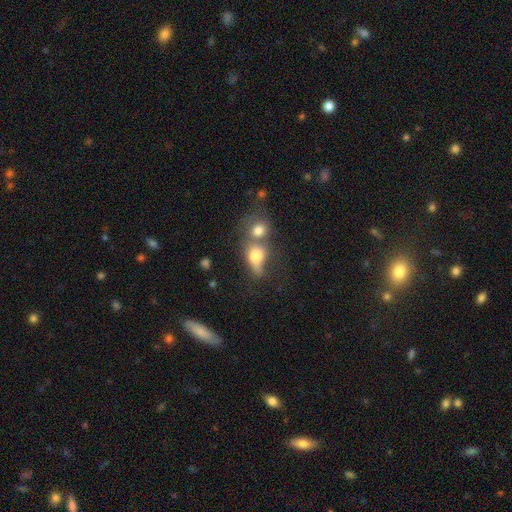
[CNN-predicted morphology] smooth_or_featured: smooth (p=0.71) [alt: featured or disk p=0.18]
how_rounded: in between (p=0.57) [alt: round p=0.39]
merging: merger (p=0.62) [alt: none p=0.17]